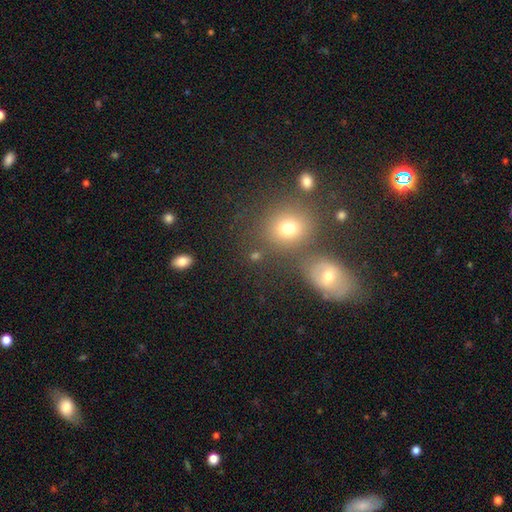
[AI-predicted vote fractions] Smooth or featured? Predicted: smooth (p=0.68). How rounded? Predicted: round (p=0.66). Merging? Predicted: none (p=0.67).